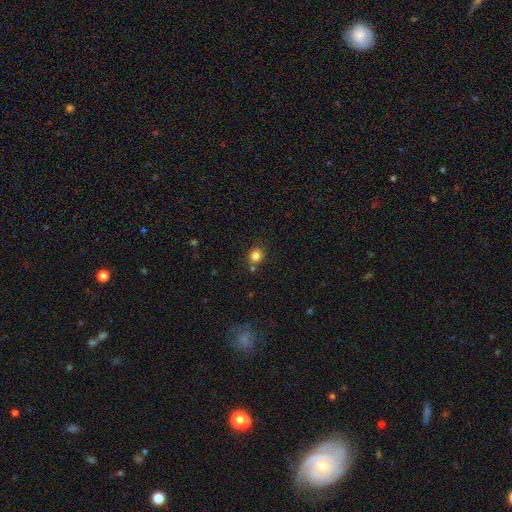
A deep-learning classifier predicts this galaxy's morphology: Overall: smooth (83%). How rounded: round (82%). Merging: none (78%).